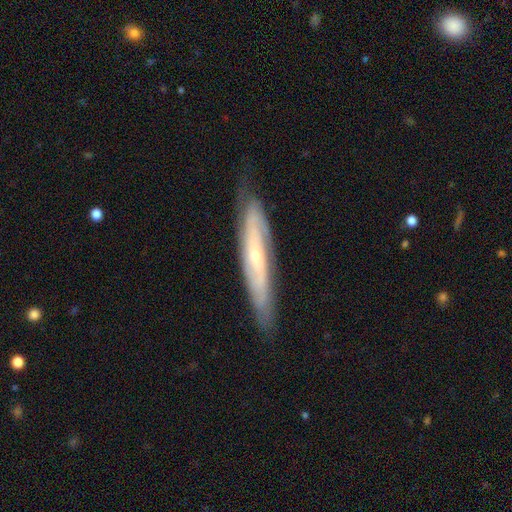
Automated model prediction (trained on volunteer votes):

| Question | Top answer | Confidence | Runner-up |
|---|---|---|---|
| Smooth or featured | featured or disk | 73% | smooth (21%) |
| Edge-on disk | yes | 54% | no (46%) |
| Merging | none | 77% | minor disturbance (18%) |